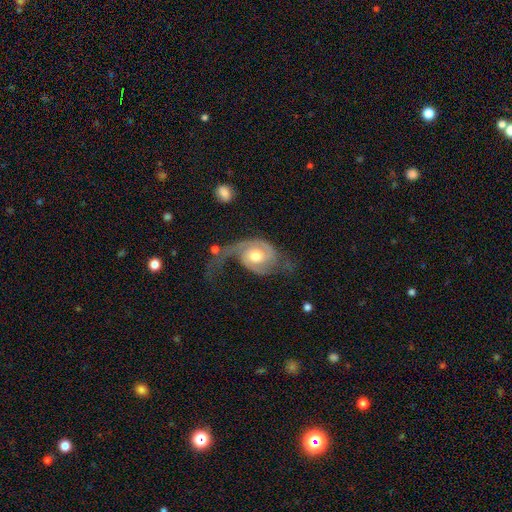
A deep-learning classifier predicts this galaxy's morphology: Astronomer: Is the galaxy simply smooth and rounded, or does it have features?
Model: featured or disk — 85%.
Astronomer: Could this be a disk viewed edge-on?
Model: no — 97%.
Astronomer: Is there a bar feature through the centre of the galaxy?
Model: no — 70%.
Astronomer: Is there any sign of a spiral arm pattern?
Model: yes — 94%.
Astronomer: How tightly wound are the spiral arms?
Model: medium — 39% (runner-up: loose, 35%).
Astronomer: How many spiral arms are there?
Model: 2 — 70%.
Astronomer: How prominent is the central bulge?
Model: moderate — 72%.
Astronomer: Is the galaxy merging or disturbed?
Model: major disturbance — 44% (runner-up: none, 32%).